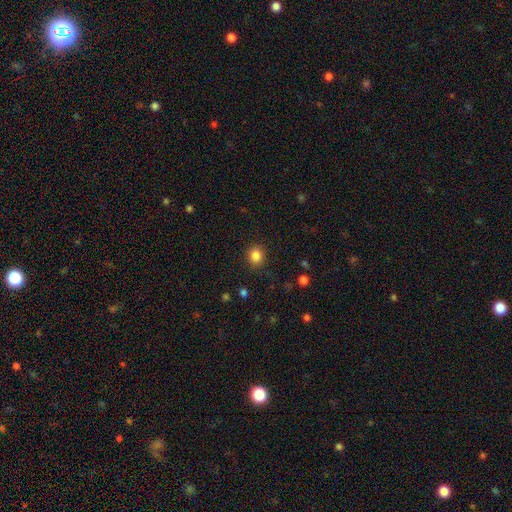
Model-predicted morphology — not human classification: This is clearly a smooth galaxy (84%). How rounded: likely round (77%). Merging: clearly none (89%).